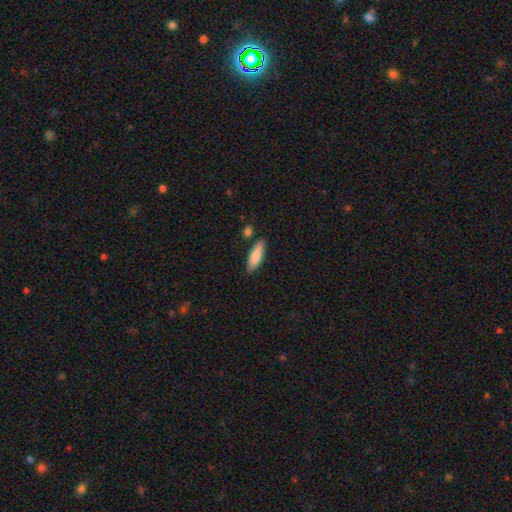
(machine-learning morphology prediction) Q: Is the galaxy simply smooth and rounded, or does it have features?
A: smooth — 84%.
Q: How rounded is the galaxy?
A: in between — 49%, tied with cigar-shaped.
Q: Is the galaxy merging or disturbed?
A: none — 80%.